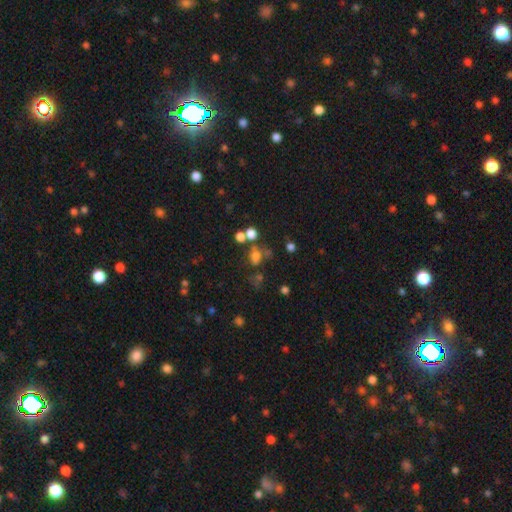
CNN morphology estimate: Overall: smooth (59%; star or artifact 27%). How rounded: round (60%; in between 38%). Merging: none (48%; merger 27%).